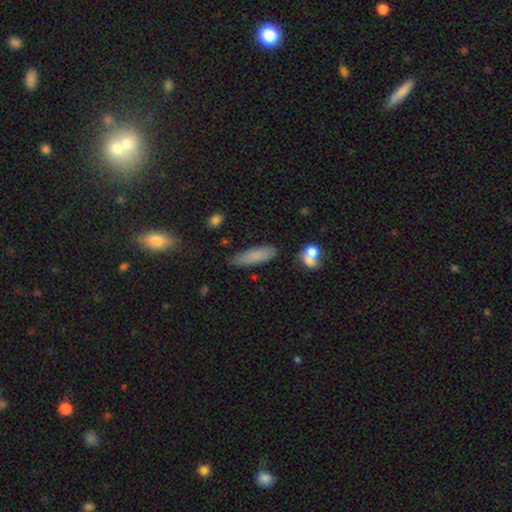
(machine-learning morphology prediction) Smooth or featured? Predicted: smooth (p=0.81). How rounded? Predicted: cigar-shaped (p=0.50). Merging? Predicted: none (p=0.74).